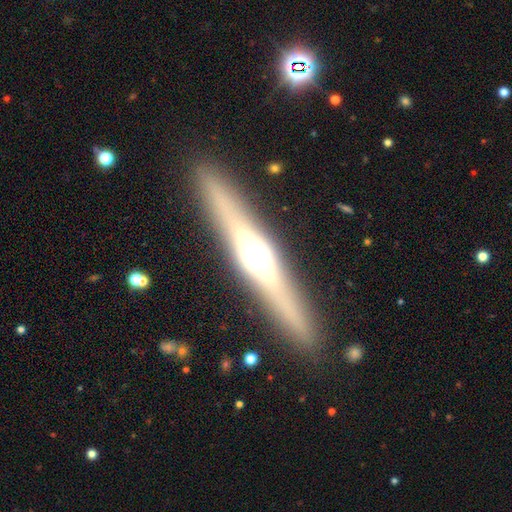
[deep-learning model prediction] Overall: featured or disk (70%). Edge-on disk: yes (96%). Edge-on bulge: rounded (87%). Merging: none (89%).